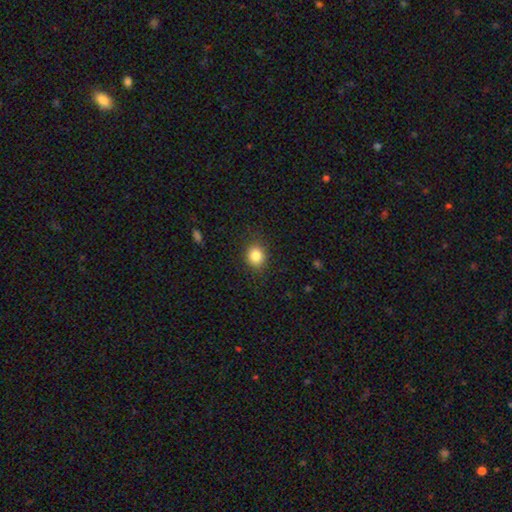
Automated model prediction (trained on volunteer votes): The model was most divided on "how rounded": round: 68%, in between: 31%, cigar-shaped: 1%. More confident: merging — none (87%); smooth or featured — smooth (84%).